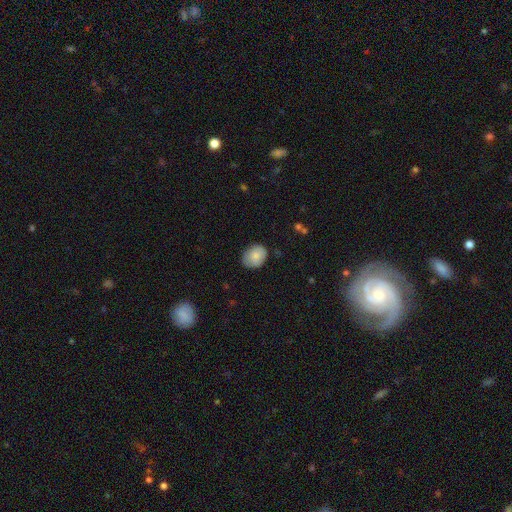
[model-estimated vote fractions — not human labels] Morphology: type=smooth (79%); roundness=in between (58%); merging=none (74%).